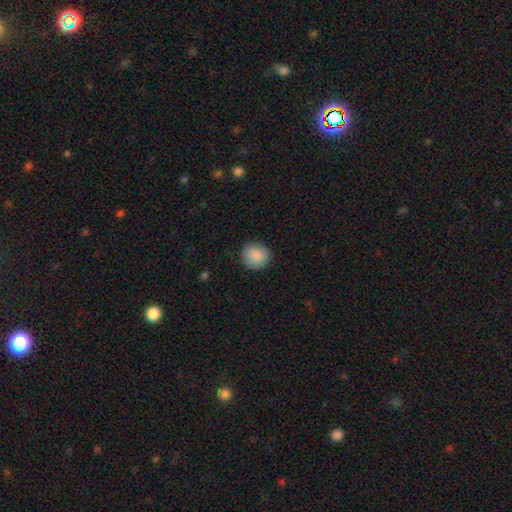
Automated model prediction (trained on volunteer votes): Morphology: type=smooth (89%); roundness=round (89%); merging=none (87%).